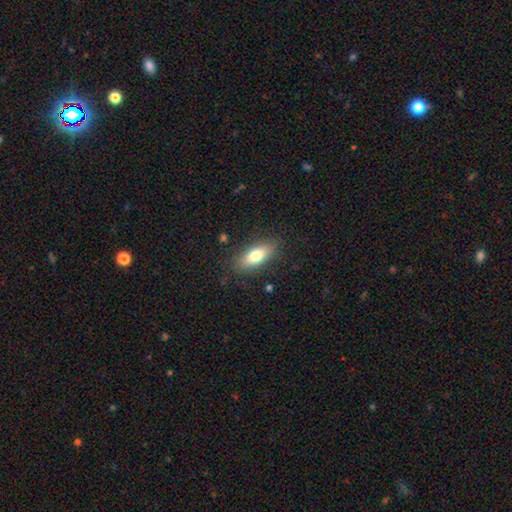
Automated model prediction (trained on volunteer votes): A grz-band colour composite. It shows a smooth galaxy with no disk features (74%) that is in between round and cigar-shaped (78%). Merging: none (85%).